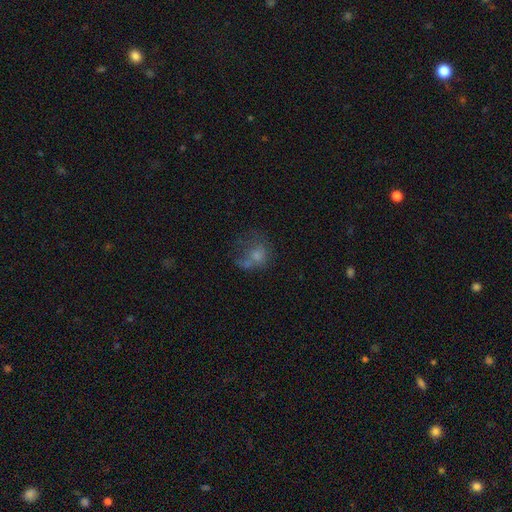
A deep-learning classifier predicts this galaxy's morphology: This is possibly a smooth galaxy (54%). How rounded: possibly round (55%). Merging: marginally major disturbance (37%).